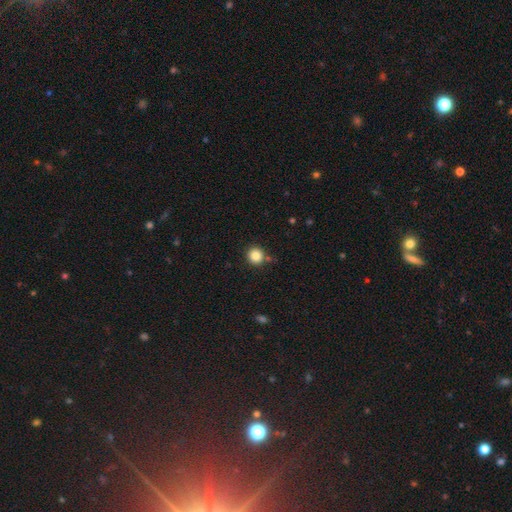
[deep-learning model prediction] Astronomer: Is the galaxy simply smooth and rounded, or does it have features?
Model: smooth — 86%.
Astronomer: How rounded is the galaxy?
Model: round — 90%.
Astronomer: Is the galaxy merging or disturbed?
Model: none — 82%.